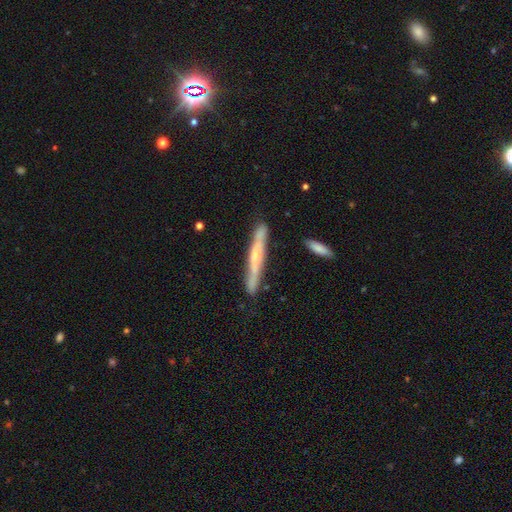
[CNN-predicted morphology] smooth_or_featured: featured or disk (p=0.60) [alt: smooth p=0.34]
disk_edge_on: yes (p=0.86) [alt: no p=0.14]
edge_on_bulge: none (p=0.46) [tied with: rounded p=0.46]
merging: none (p=0.79) [alt: minor disturbance p=0.15]